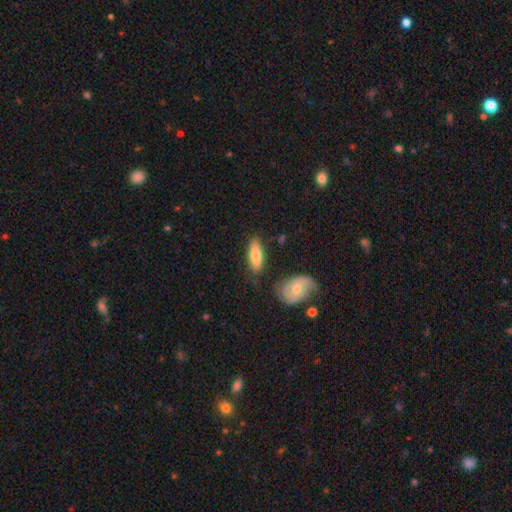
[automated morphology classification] smooth_or_featured: smooth (p=0.76) [alt: featured or disk p=0.18]
how_rounded: in between (p=0.64) [alt: cigar-shaped p=0.34]
merging: none (p=0.76) [alt: minor disturbance p=0.14]